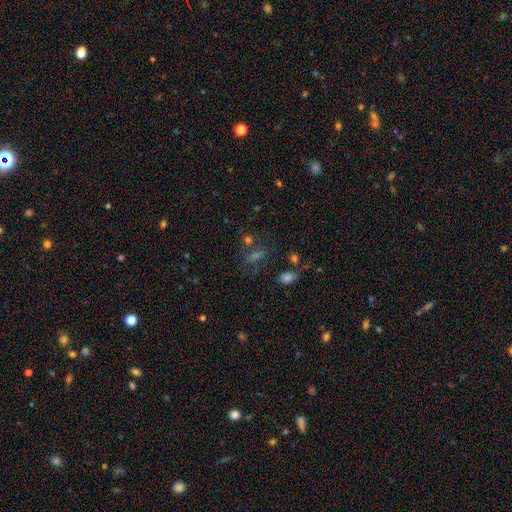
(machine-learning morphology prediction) Q: Smooth or featured?
A: star or artifact (43%); runner-up: smooth (38%)